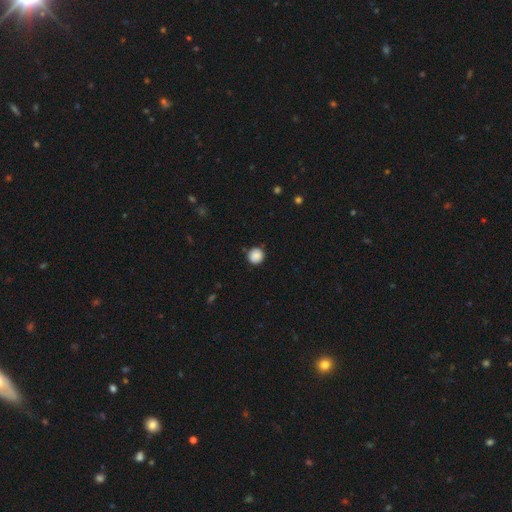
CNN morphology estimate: smooth 88%, star or artifact 9%, featured or disk 3%. Down the decision tree: how rounded — round (94%); merging — none (88%).